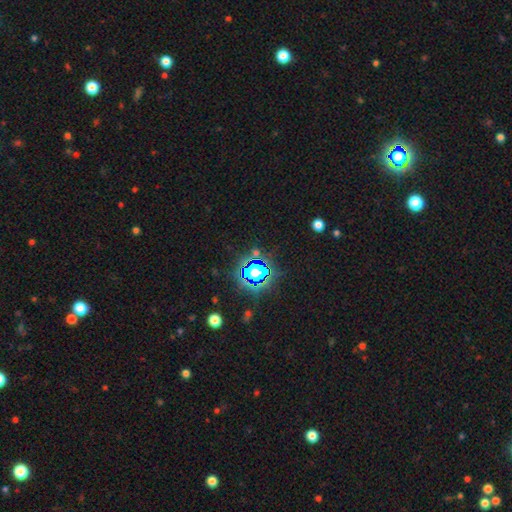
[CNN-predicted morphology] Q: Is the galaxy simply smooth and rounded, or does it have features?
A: star or artifact — 74%.